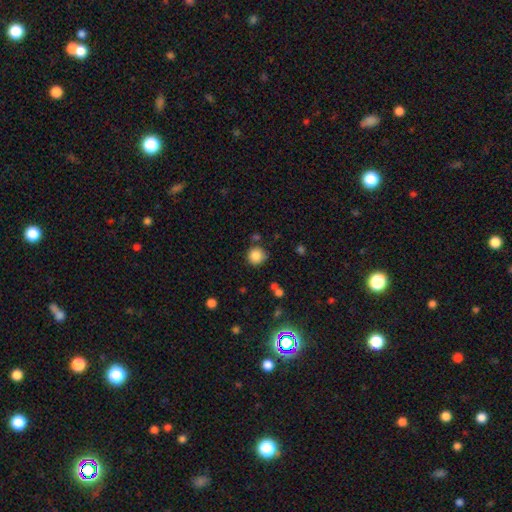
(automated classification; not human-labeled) The model was most divided on "merging": none: 80%, minor disturbance: 11%, merger: 5%, major disturbance: 3%. More confident: how rounded — round (92%); smooth or featured — smooth (85%).